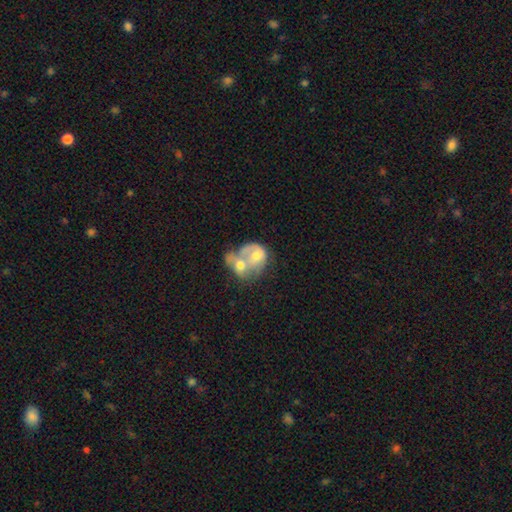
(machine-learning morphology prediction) The model was most divided on "smooth or featured": featured or disk: 47%, smooth: 45%, star or artifact: 8%. More confident: merging — merger (78%).